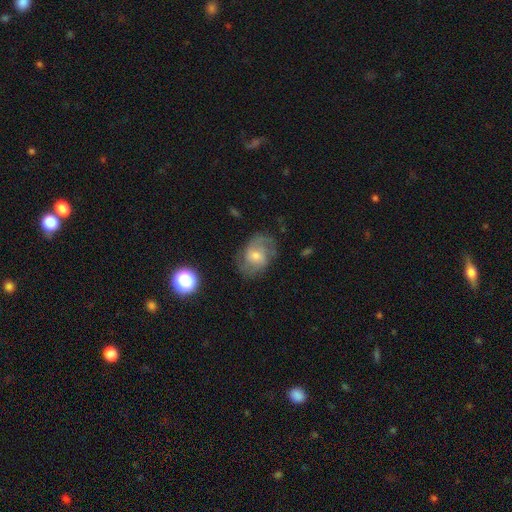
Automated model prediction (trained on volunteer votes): smooth_or_featured: featured or disk (p=0.63) [alt: smooth p=0.27]
disk_edge_on: no (p=0.97) [alt: yes p=0.03]
bar: no (p=0.58) [alt: weak p=0.36]
has_spiral_arms: yes (p=0.86) [alt: no p=0.14]
spiral_winding: medium (p=0.47) [alt: tight p=0.29]
spiral_arm_count: 2 (p=0.59) [alt: can't tell p=0.24]
bulge_size: small (p=0.50) [alt: moderate p=0.43]
merging: none (p=0.64) [alt: minor disturbance p=0.22]